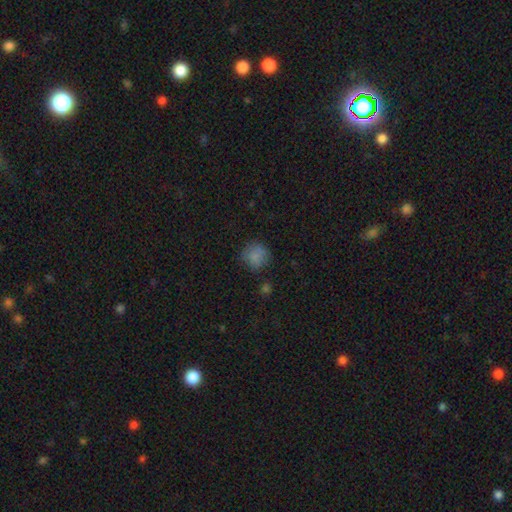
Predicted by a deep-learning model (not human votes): smooth 79%, star or artifact 13%, featured or disk 9%. Down the decision tree: how rounded — round (85%); merging — none (69%).